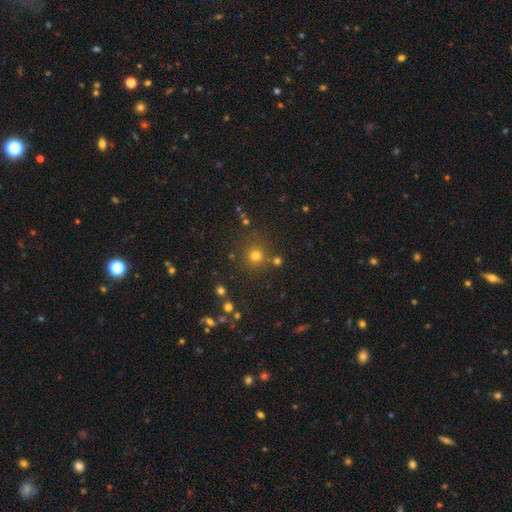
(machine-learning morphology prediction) Q: Smooth or featured?
A: smooth (74%); runner-up: star or artifact (20%)
Q: How rounded?
A: round (94%); runner-up: in between (6%)
Q: Merging?
A: none (82%); runner-up: minor disturbance (8%)